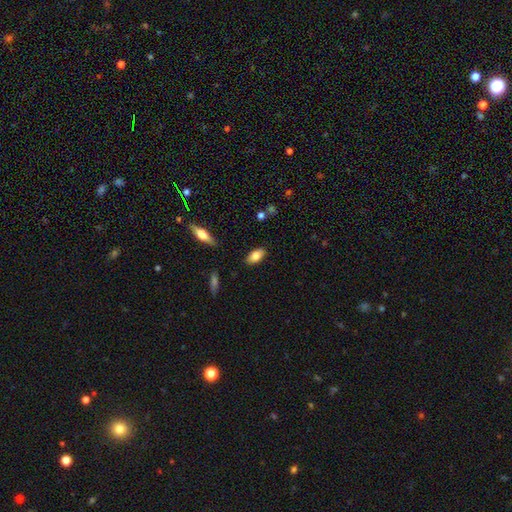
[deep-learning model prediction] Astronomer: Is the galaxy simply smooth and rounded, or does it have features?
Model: smooth — 78%.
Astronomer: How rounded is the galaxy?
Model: in between — 90%.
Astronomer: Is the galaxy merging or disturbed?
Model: none — 87%.